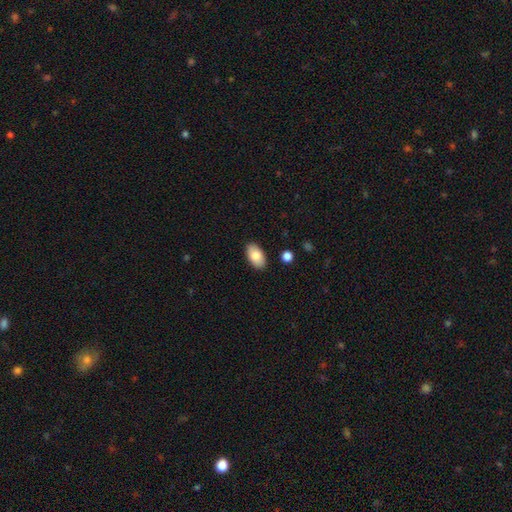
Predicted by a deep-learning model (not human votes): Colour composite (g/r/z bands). It shows a smooth galaxy with no disk features (85%) that is in between round and cigar-shaped (95%). Merging: none (88%).